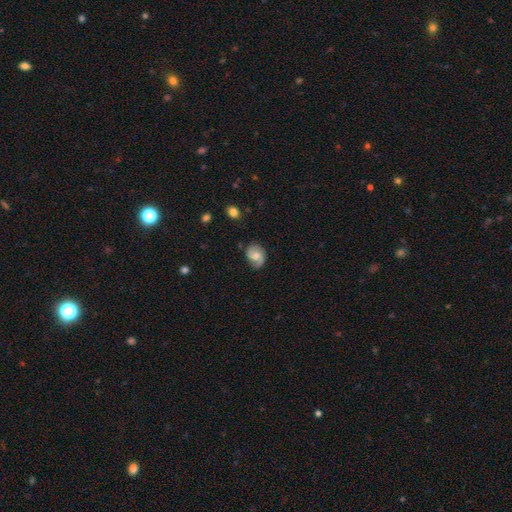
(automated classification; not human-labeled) Overall: featured or disk (58%; smooth 35%). Edge-on disk: no (97%). Bar: no (55%; weak 39%). Spiral arms: yes (90%). Spiral arm count: 2 (81%). Spiral winding: medium (45%; loose 30%). Bulge size: moderate (57%; small 31%). Merging: none (72%).